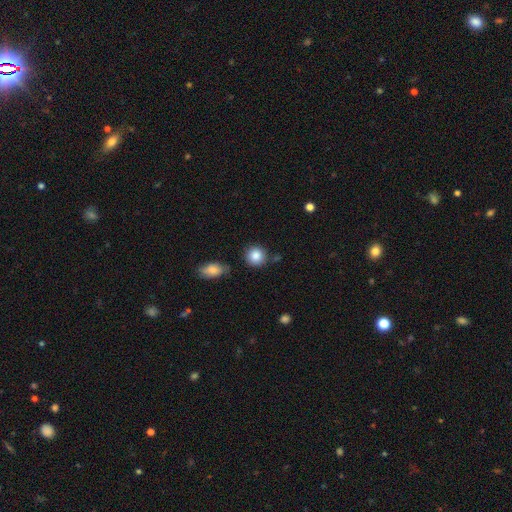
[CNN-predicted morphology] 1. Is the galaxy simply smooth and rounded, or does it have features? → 87% smooth, 8% star or artifact, 5% featured or disk.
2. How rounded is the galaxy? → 88% round, 11% in between, 1% cigar-shaped.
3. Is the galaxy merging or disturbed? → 79% none, 12% minor disturbance, 6% merger, 3% major disturbance.